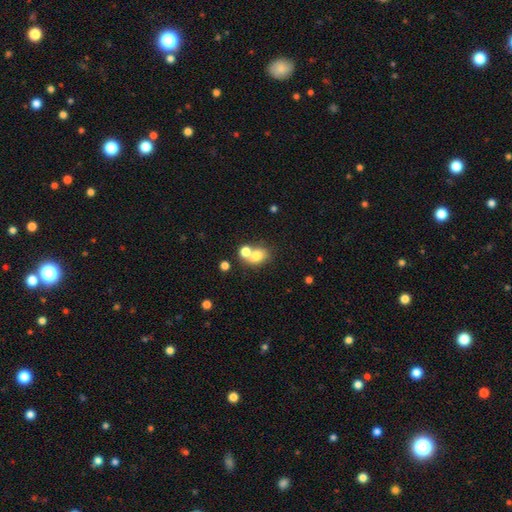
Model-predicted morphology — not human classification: smooth-or-featured: smooth: 74% | featured or disk: 14% | star or artifact: 12%
  how-rounded: in between: 54% | round: 45% | cigar-shaped: 1%
  merging: merger: 44% | none: 41% | minor disturbance: 10% | major disturbance: 5%